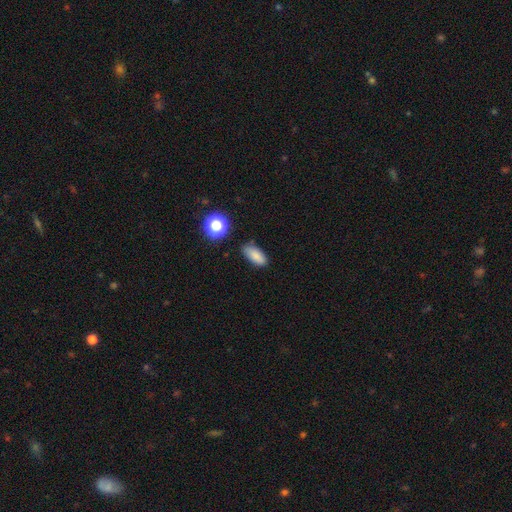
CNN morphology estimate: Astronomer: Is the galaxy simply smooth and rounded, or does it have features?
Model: smooth — 83%.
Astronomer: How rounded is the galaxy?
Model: in between — 82%.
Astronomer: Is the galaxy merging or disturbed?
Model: none — 78%.